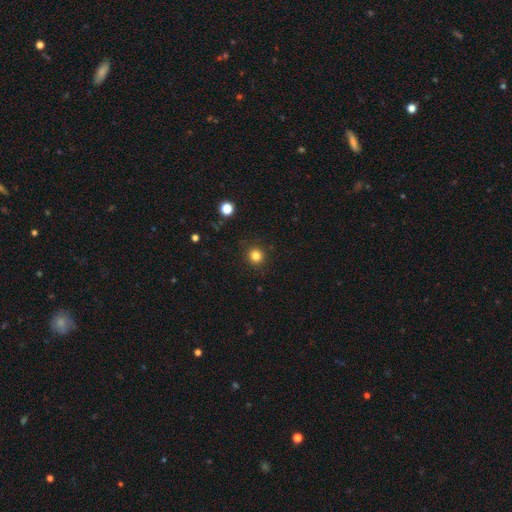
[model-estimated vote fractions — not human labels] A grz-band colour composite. It shows a smooth galaxy with no disk features (83%) that is round (92%). Merging: none (90%).